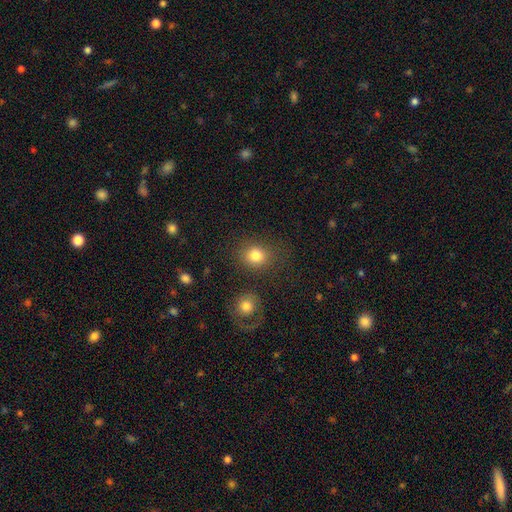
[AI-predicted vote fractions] This appears to be a smooth galaxy with no disk features (82%) that is round (70%). Merging: none (76%).